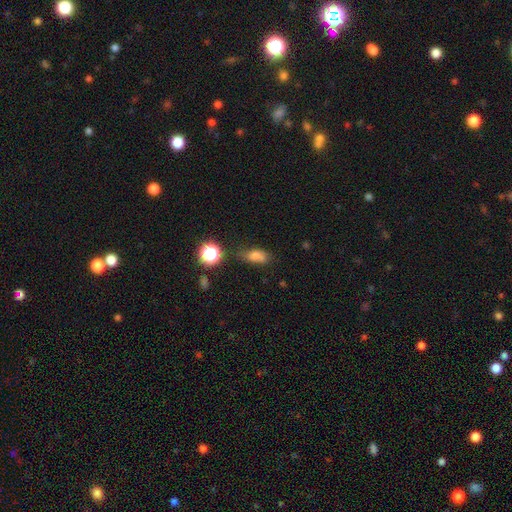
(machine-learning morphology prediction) This is likely a smooth galaxy (72%). How rounded: likely in between (72%). Merging: possibly none (56%).